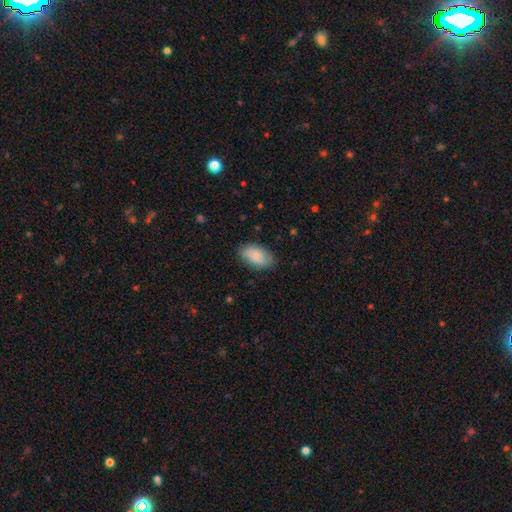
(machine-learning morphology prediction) The model was most divided on "smooth or featured": smooth: 81%, featured or disk: 13%, star or artifact: 6%. More confident: how rounded — in between (93%); merging — none (82%).